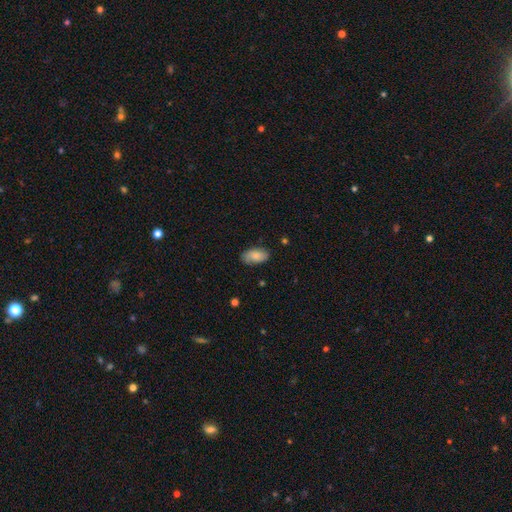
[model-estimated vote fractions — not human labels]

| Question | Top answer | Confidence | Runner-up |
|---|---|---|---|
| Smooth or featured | smooth | 76% | featured or disk (17%) |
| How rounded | in between | 93% | round (3%) |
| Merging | none | 75% | minor disturbance (20%) |